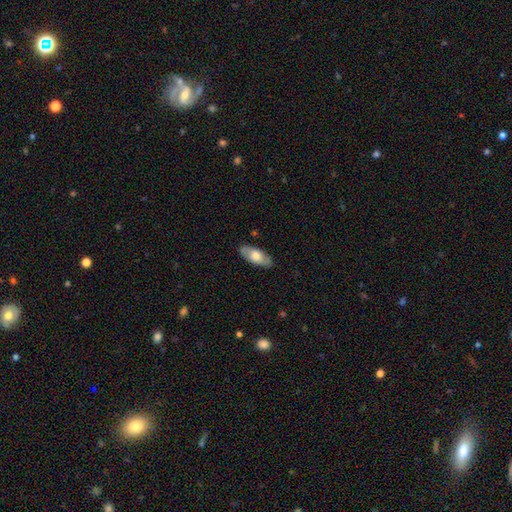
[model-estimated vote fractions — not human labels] Smooth or featured: smooth — 56% (featured or disk — 39%)
How rounded: in between — 87% (cigar-shaped — 10%)
Merging: none — 85% (minor disturbance — 11%)